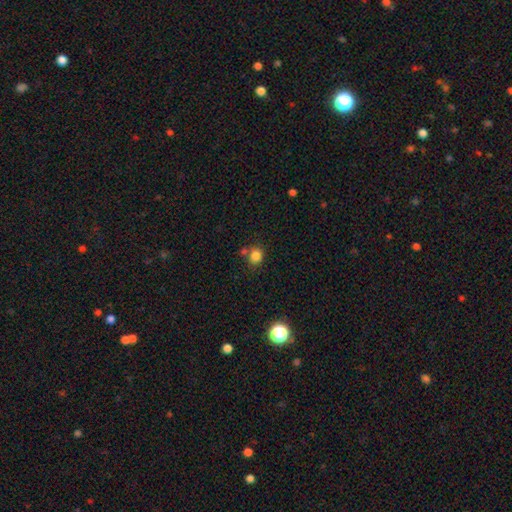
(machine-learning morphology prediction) Smooth or featured?
  - smooth: 82% *
  - star or artifact: 13%
  - featured or disk: 6%
How rounded?
  - round: 76% *
  - in between: 23%
  - cigar-shaped: 1%
Merging?
  - none: 66% *
  - merger: 18%
  - minor disturbance: 12%
  - major disturbance: 4%